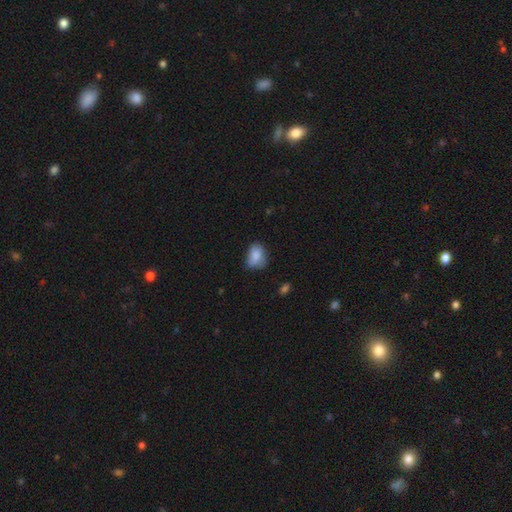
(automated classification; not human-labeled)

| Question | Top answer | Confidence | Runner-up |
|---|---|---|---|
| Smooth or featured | smooth | 81% | featured or disk (11%) |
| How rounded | in between | 74% | round (24%) |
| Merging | none | 52% | minor disturbance (35%) |